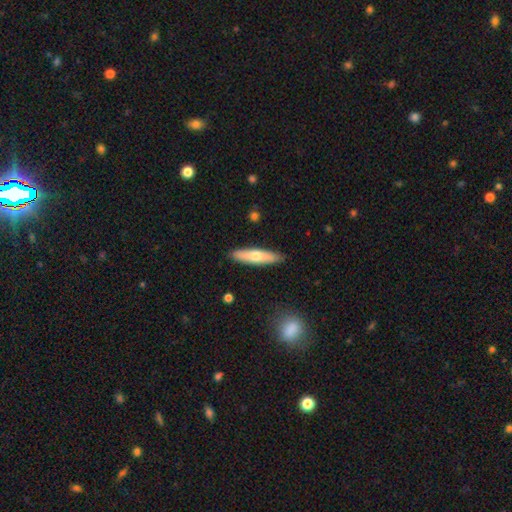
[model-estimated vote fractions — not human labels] Smooth or featured? smooth (60%)
How rounded? cigar-shaped (77%)
Merging? none (88%)